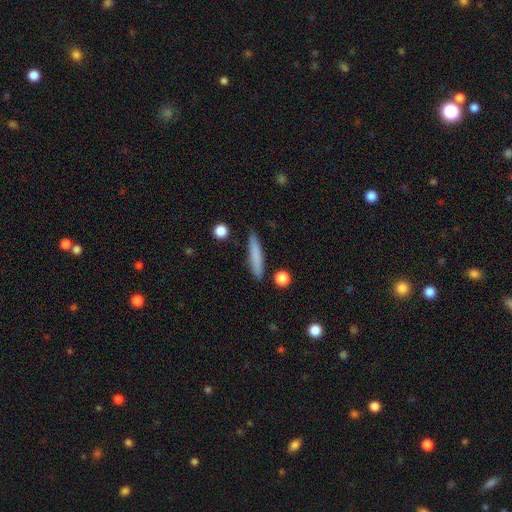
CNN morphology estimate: Smooth or featured? smooth (78%)
How rounded? cigar-shaped (90%)
Merging? none (86%)